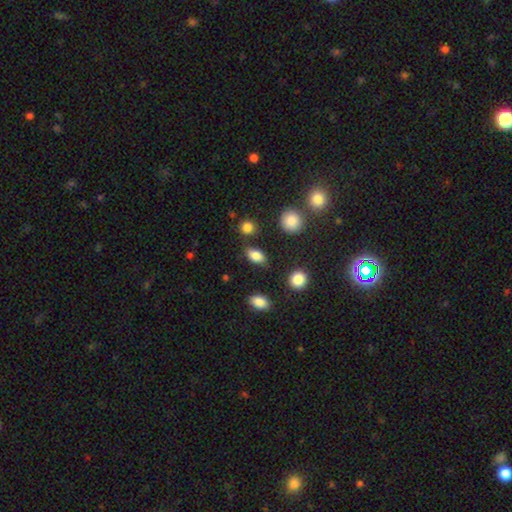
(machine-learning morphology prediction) Q: Smooth or featured?
A: smooth (83%); runner-up: star or artifact (9%)
Q: How rounded?
A: in between (84%); runner-up: round (11%)
Q: Merging?
A: none (77%); runner-up: minor disturbance (15%)